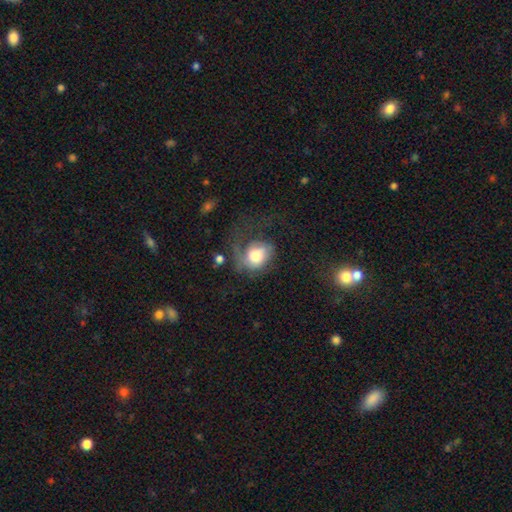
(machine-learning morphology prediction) Q: Smooth or featured?
A: smooth (56%); runner-up: featured or disk (36%)
Q: How rounded?
A: round (54%); runner-up: in between (45%)
Q: Merging?
A: major disturbance (46%); runner-up: none (30%)